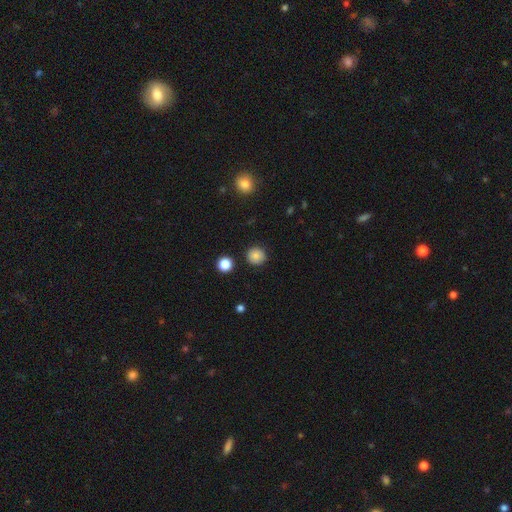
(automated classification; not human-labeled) Morphology: type=smooth (84%); roundness=round (93%); merging=none (90%).